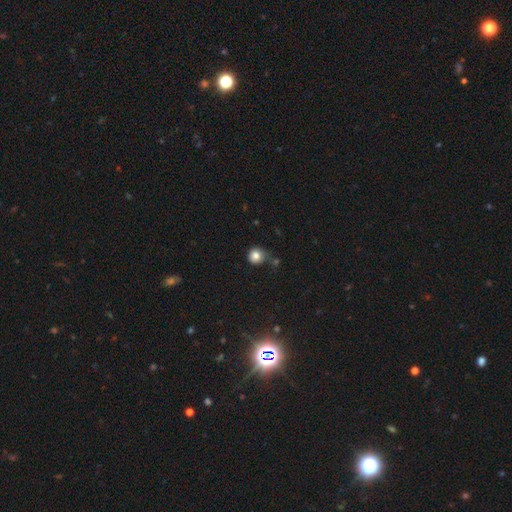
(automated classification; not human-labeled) smooth 83%, star or artifact 11%, featured or disk 7%. Down the decision tree: how rounded — round (91%); merging — none (67%).